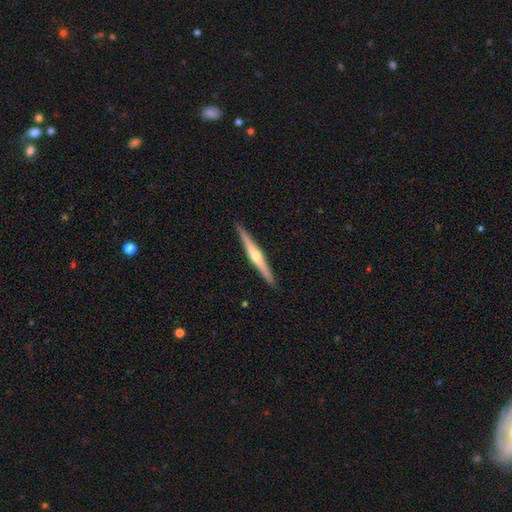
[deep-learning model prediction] Morphology: type=featured or disk (76%); edge-on=yes (98%); edge-on bulge=rounded (89%); merging=none (92%).